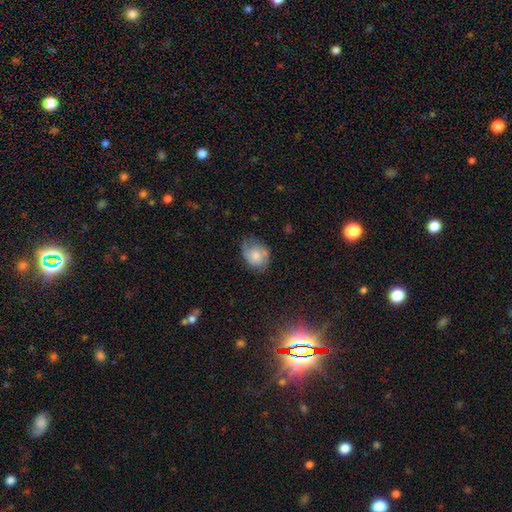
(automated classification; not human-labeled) Smooth or featured: smooth — 46% (featured or disk — 45%)
Merging: none — 60% (minor disturbance — 28%)